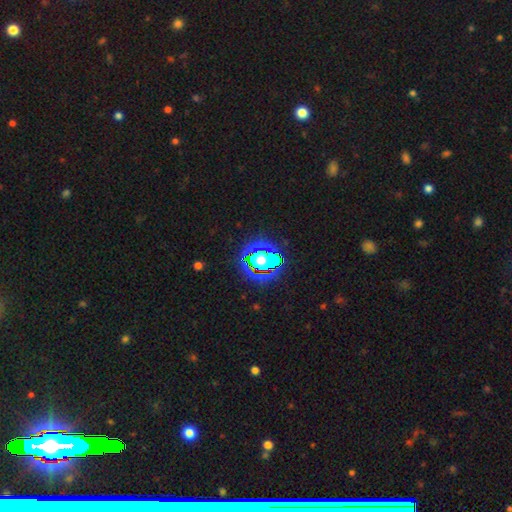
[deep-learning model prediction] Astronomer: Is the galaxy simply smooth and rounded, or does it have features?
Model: star or artifact — 80%.